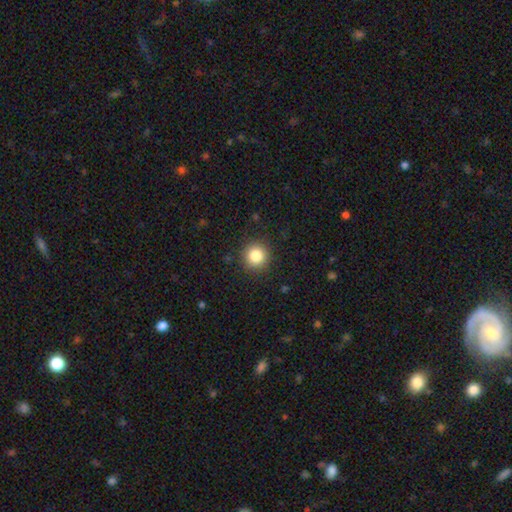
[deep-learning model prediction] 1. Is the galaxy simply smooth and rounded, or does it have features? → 84% smooth, 11% star or artifact, 5% featured or disk.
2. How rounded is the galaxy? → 94% round, 5% in between, 1% cigar-shaped.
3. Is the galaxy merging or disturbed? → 90% none, 6% minor disturbance, 2% major disturbance, 1% merger.